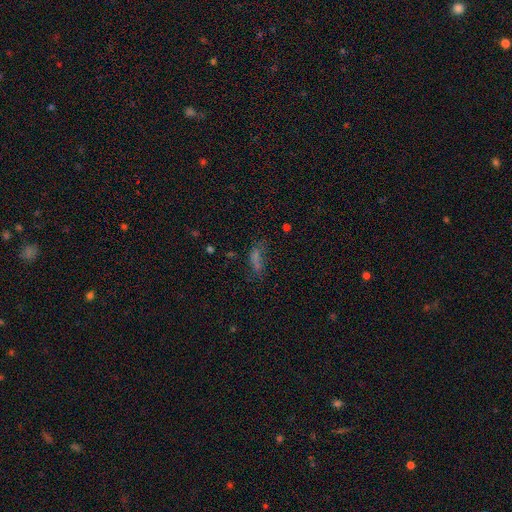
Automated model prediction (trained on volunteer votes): Morphology: type=smooth (52%); roundness=in between (64%); merging=none (46%).